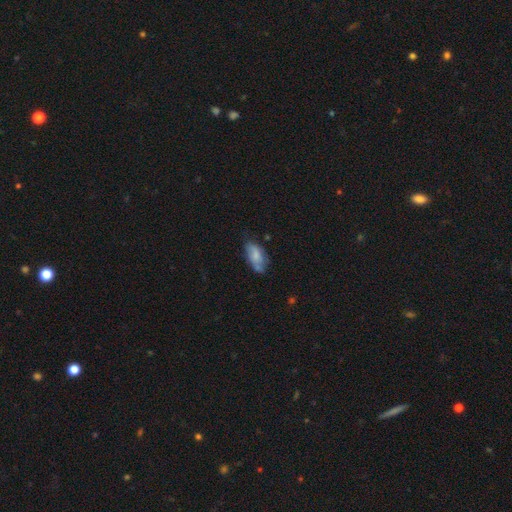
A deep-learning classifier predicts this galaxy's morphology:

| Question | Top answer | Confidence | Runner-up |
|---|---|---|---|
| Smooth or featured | smooth | 70% | featured or disk (22%) |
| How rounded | in between | 89% | cigar-shaped (8%) |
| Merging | none | 49% | minor disturbance (32%) |